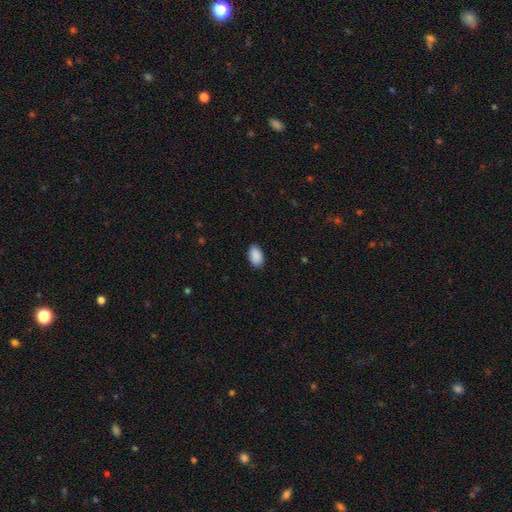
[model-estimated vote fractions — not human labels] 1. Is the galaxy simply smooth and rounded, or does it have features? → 91% smooth, 7% star or artifact, 3% featured or disk.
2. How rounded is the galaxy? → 92% in between, 6% round, 1% cigar-shaped.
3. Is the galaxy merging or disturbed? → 87% none, 10% minor disturbance, 2% major disturbance, 1% merger.